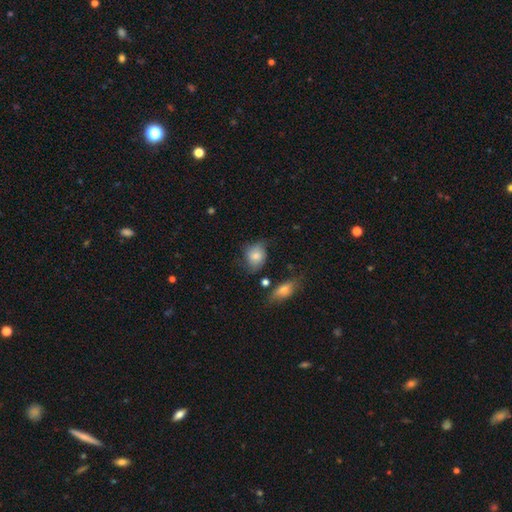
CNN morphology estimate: Overall: smooth (71%). How rounded: in between (51%; round 48%). Merging: none (50%; minor disturbance 33%).